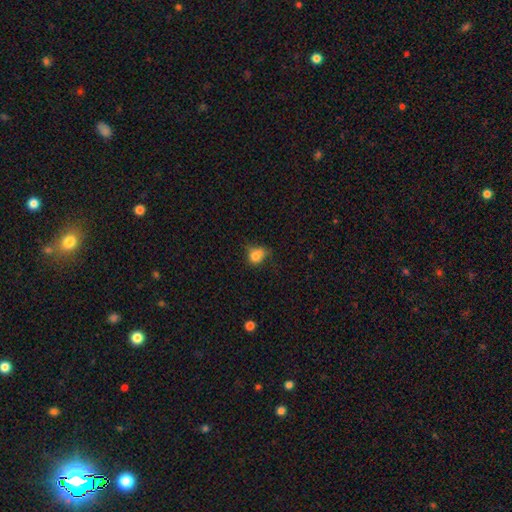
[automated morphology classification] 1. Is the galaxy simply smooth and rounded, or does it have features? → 80% smooth, 11% star or artifact, 9% featured or disk.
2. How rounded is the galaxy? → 51% round, 48% in between, 1% cigar-shaped.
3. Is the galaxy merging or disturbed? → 42% none, 35% minor disturbance, 18% major disturbance, 5% merger.